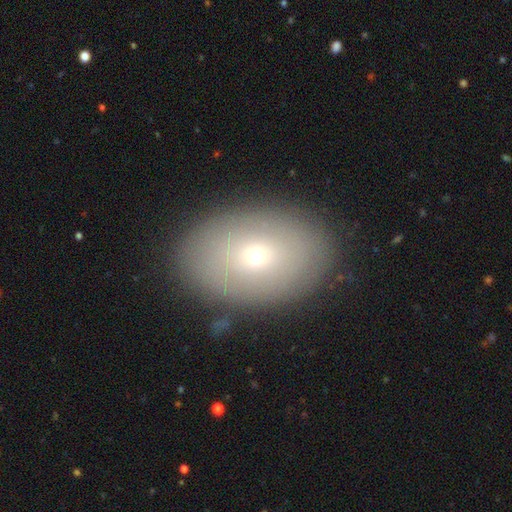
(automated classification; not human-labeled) smooth_or_featured: smooth (p=0.63) [alt: featured or disk p=0.26]
how_rounded: in between (p=0.81) [alt: round p=0.17]
merging: none (p=0.87) [alt: minor disturbance p=0.09]